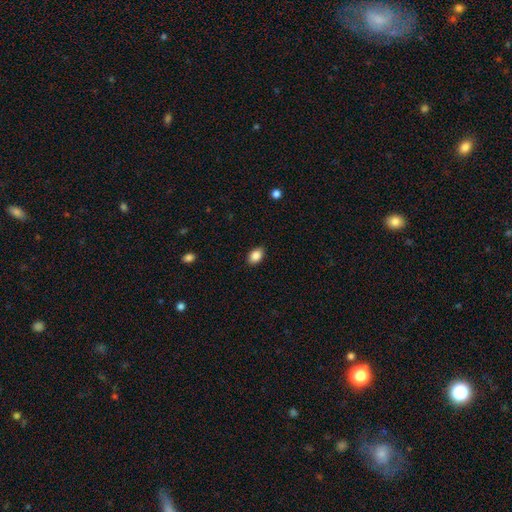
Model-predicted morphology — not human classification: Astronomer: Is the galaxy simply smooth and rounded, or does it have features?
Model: smooth — 87%.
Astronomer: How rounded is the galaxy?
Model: in between — 83%.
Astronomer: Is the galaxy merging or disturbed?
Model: none — 88%.